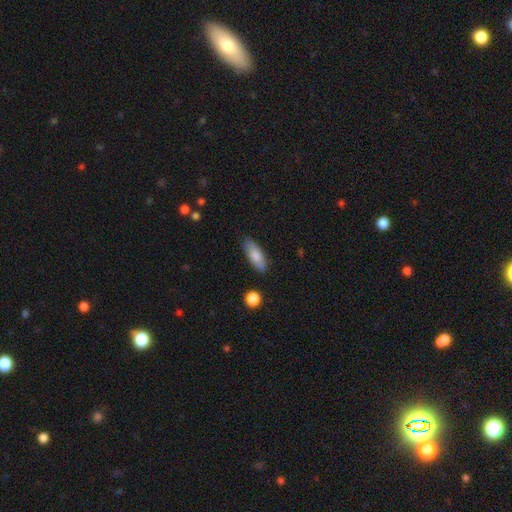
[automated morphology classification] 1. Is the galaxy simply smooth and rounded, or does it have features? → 78% smooth, 15% featured or disk, 6% star or artifact.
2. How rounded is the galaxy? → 67% in between, 30% cigar-shaped, 2% round.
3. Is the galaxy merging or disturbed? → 84% none, 12% minor disturbance, 2% major disturbance, 2% merger.